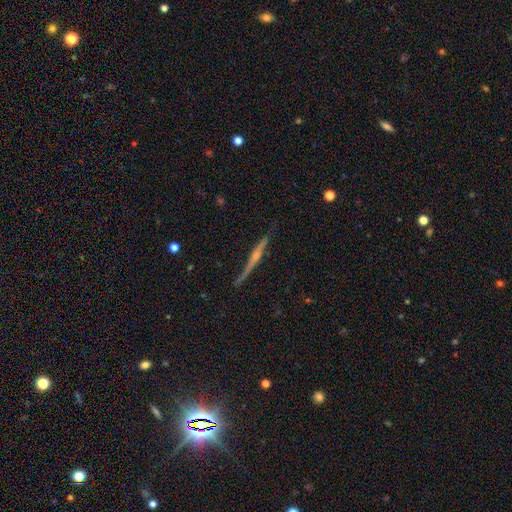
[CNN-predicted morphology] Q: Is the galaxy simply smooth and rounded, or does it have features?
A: featured or disk — 76%.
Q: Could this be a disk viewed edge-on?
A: yes — 96%.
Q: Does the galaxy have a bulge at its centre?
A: rounded — 61%.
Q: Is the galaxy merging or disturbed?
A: none — 80%.